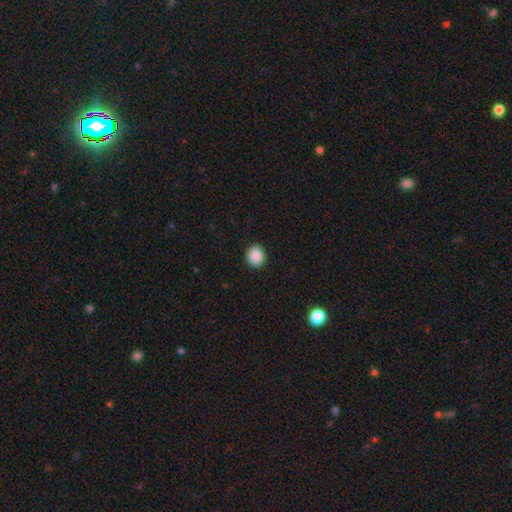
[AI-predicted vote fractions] The model was most divided on "how rounded": round: 76%, in between: 23%, cigar-shaped: 1%. More confident: merging — none (91%); smooth or featured — smooth (89%).